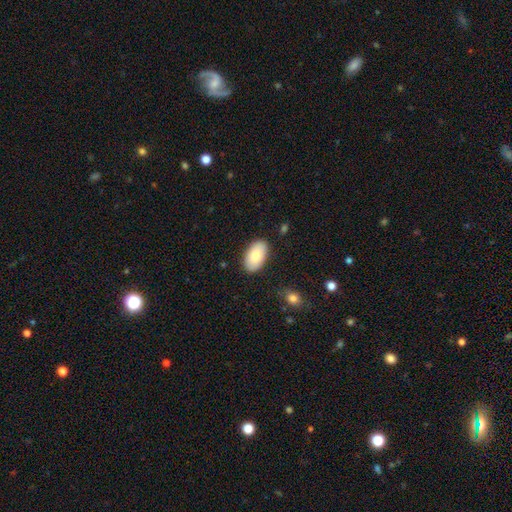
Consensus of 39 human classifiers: smooth 79%, featured or disk 13%, star or artifact 8%. Down the decision tree: how rounded — in between (94%); merging — none (75%).